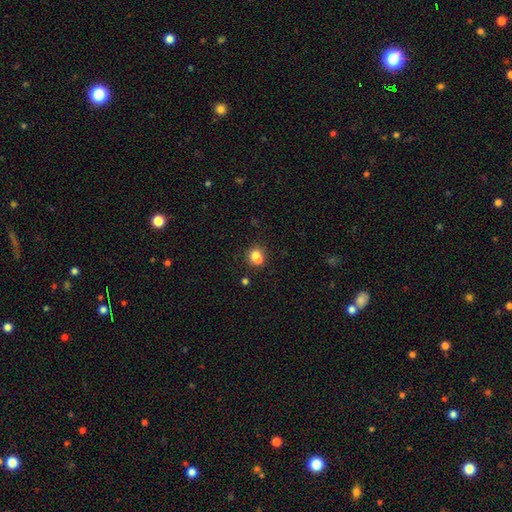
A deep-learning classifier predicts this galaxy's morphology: Overall: smooth (73%). How rounded: round (74%). Merging: merger (47%; none 40%).